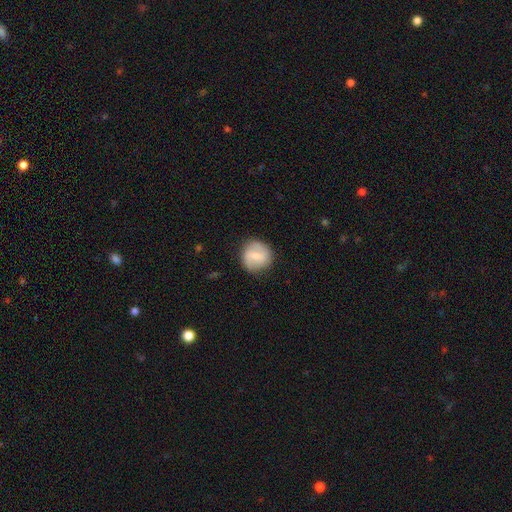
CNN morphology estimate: Smooth or featured?
  - smooth: 58% *
  - featured or disk: 35%
  - star or artifact: 7%
How rounded?
  - round: 88% *
  - in between: 10%
  - cigar-shaped: 1%
Merging?
  - none: 82% *
  - minor disturbance: 13%
  - major disturbance: 4%
  - merger: 1%